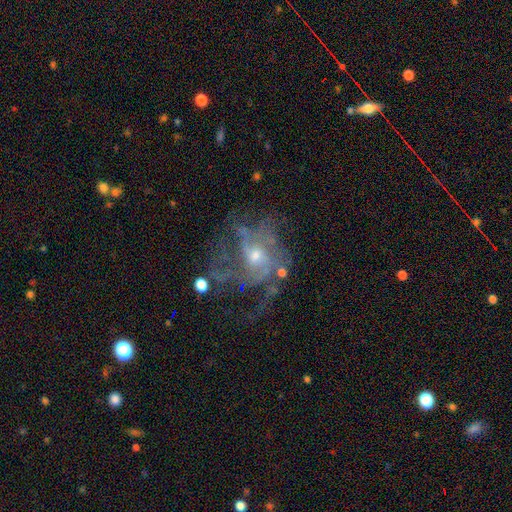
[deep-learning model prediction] This appears to be a featured or disk galaxy (78%) with no bar (71%), medium (41%) spiral arms (76%) and a small central bulge (53%). Merging: none (43%).